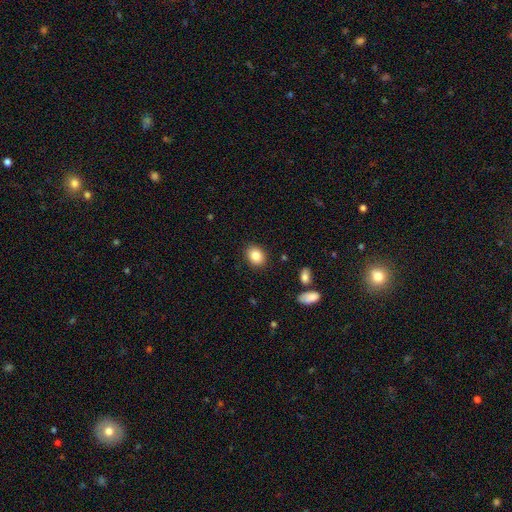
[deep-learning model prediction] A smooth galaxy with no disk features (85%) that is in between round and cigar-shaped (54%). Merging: none (89%).